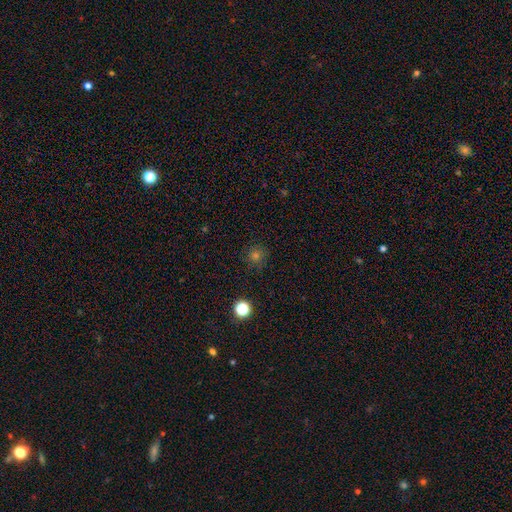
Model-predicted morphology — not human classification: Q: Smooth or featured?
A: smooth (67%); runner-up: star or artifact (26%)
Q: How rounded?
A: round (94%); runner-up: in between (5%)
Q: Merging?
A: none (88%); runner-up: minor disturbance (8%)